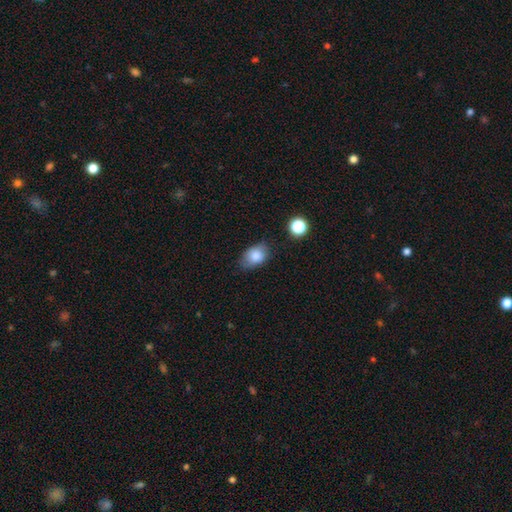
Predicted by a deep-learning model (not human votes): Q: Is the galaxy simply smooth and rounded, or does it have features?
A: smooth — 82%.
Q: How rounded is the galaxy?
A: in between — 80%.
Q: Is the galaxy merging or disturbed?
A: none — 68%.